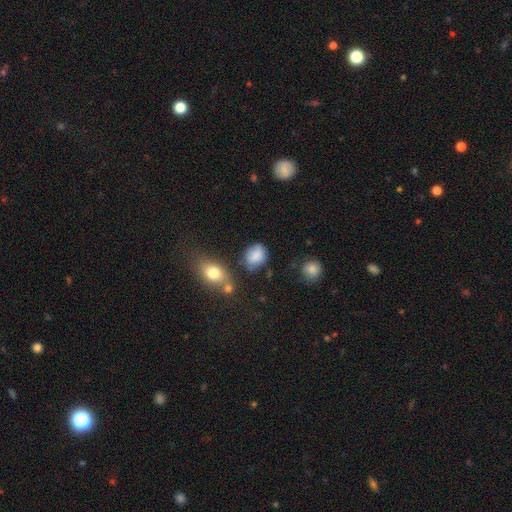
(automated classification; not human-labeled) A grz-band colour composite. It shows a smooth galaxy with no disk features (82%) that is in between round and cigar-shaped (53%). Merging: none (65%).